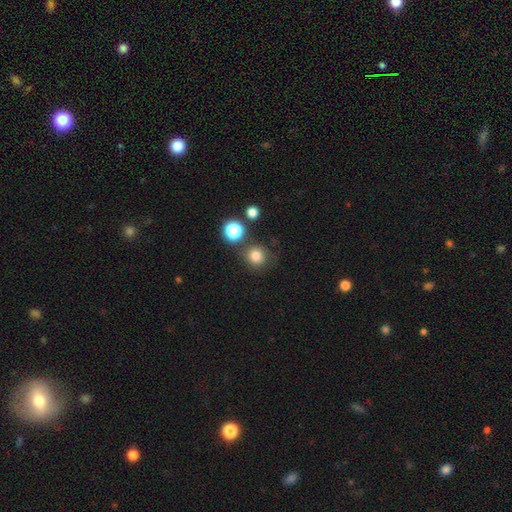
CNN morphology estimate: This is likely a smooth galaxy (80%). How rounded: clearly round (91%). Merging: likely none (77%).